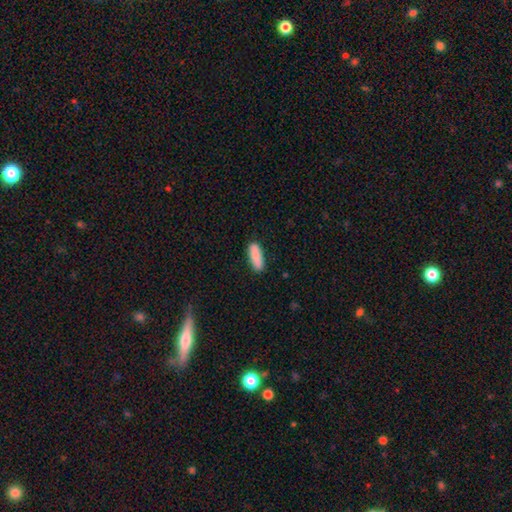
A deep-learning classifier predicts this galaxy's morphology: The model was most divided on "how rounded": in between: 57%, cigar-shaped: 41%, round: 2%. More confident: smooth or featured — smooth (88%); merging — none (85%).